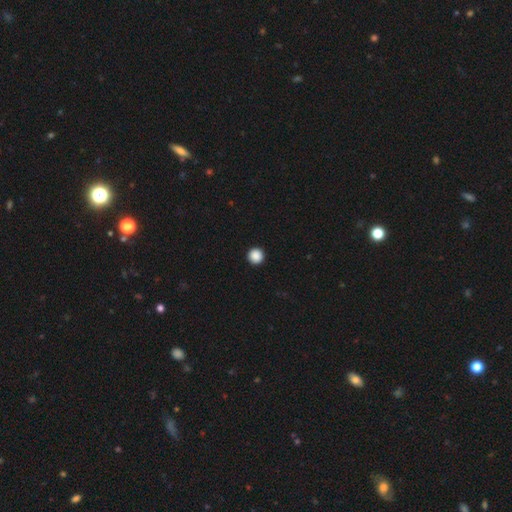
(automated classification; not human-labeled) smooth-or-featured: smooth: 89% | star or artifact: 9% | featured or disk: 2%
  how-rounded: round: 96% | in between: 3% | cigar-shaped: 1%
  merging: none: 94% | minor disturbance: 4% | major disturbance: 1% | merger: 1%